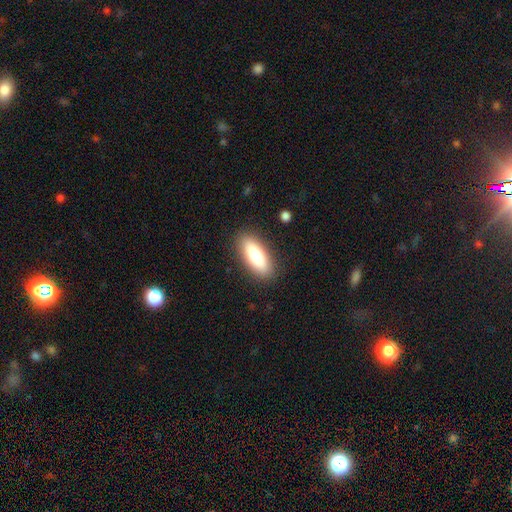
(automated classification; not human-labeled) Smooth or featured? Predicted: smooth (p=0.82). How rounded? Predicted: in between (p=0.65). Merging? Predicted: none (p=0.88).